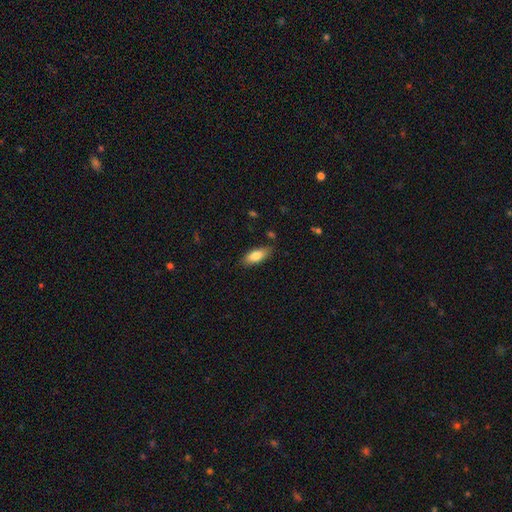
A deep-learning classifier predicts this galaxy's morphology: Smooth or featured? smooth (81%)
How rounded? in between (78%)
Merging? none (81%)